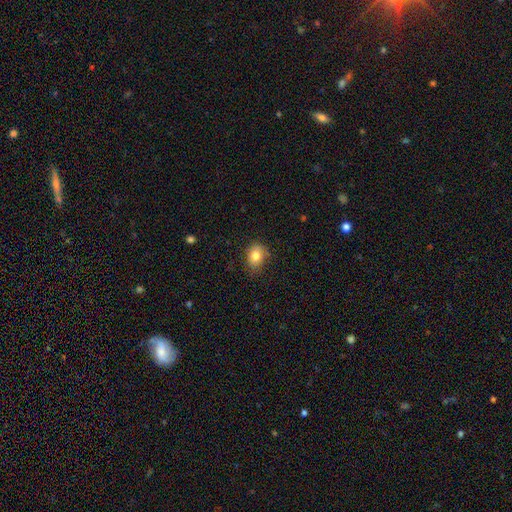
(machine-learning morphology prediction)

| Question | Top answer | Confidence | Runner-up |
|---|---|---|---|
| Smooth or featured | smooth | 81% | star or artifact (10%) |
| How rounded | in between | 54% | round (45%) |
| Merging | none | 72% | minor disturbance (22%) |